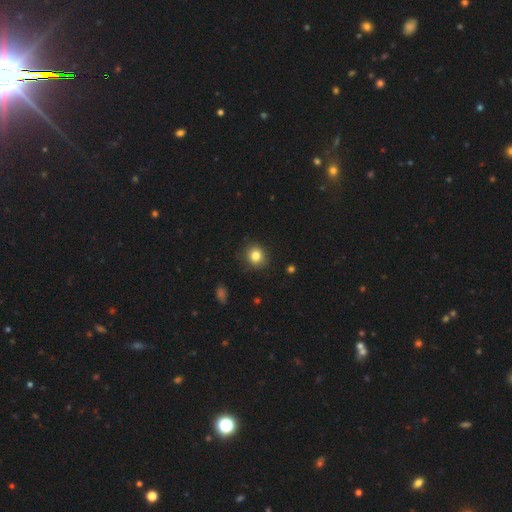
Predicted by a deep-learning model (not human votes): Smooth or featured? smooth (83%)
How rounded? round (82%)
Merging? none (87%)